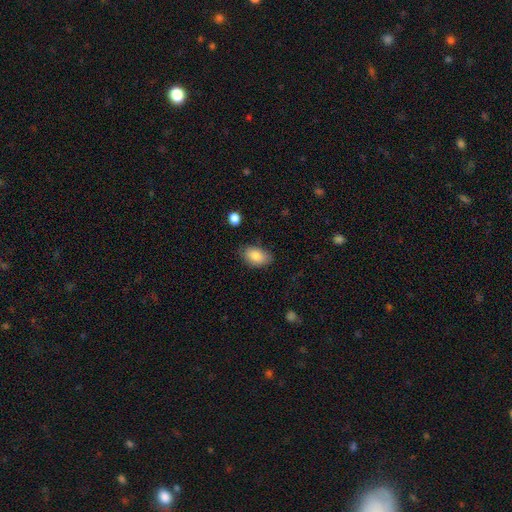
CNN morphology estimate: smooth 83%, featured or disk 10%, star or artifact 7%. Down the decision tree: how rounded — in between (91%); merging — none (76%).